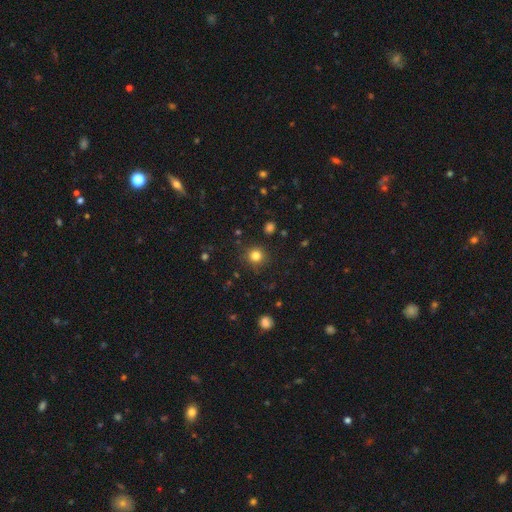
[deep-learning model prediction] Smooth or featured? Predicted: smooth (p=0.81). How rounded? Predicted: round (p=0.93). Merging? Predicted: none (p=0.87).